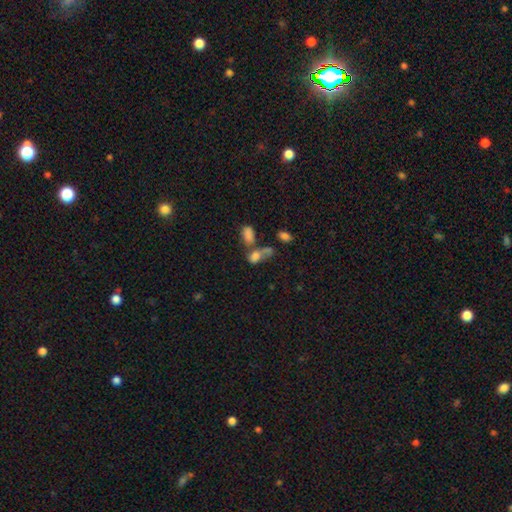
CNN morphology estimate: Overall: smooth (74%). How rounded: in between (81%). Merging: merger (56%; none 22%).